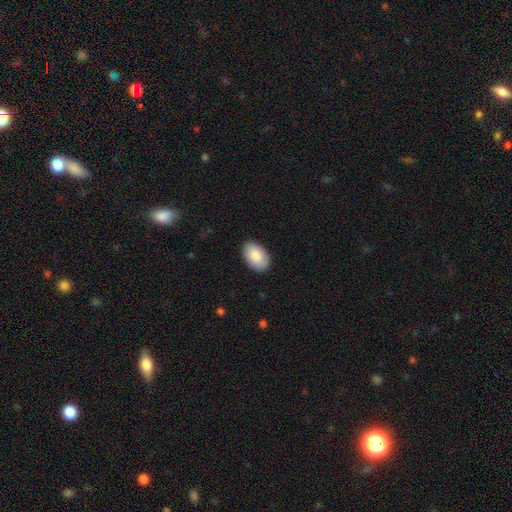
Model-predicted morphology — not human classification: smooth_or_featured: smooth (p=0.87) [alt: featured or disk p=0.08]
how_rounded: in between (p=0.93) [alt: round p=0.06]
merging: none (p=0.88) [alt: minor disturbance p=0.10]